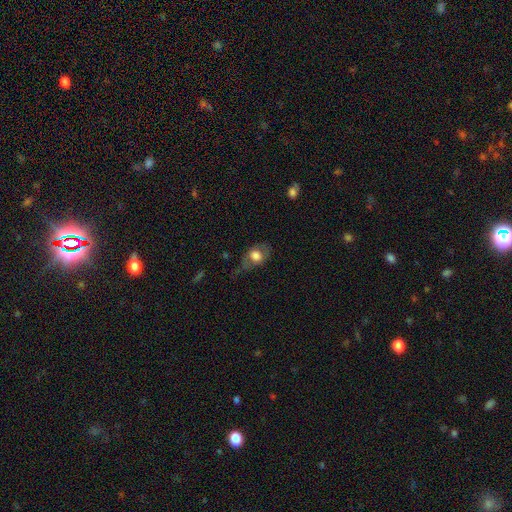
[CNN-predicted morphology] Smooth or featured: smooth — 59% (featured or disk — 32%)
How rounded: in between — 65% (round — 32%)
Merging: none — 48% (minor disturbance — 27%)